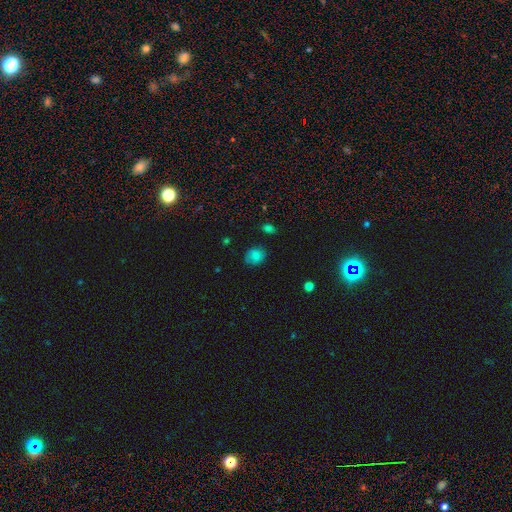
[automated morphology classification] Smooth or featured? Predicted: smooth (p=0.78). How rounded? Predicted: round (p=0.63). Merging? Predicted: none (p=0.75).